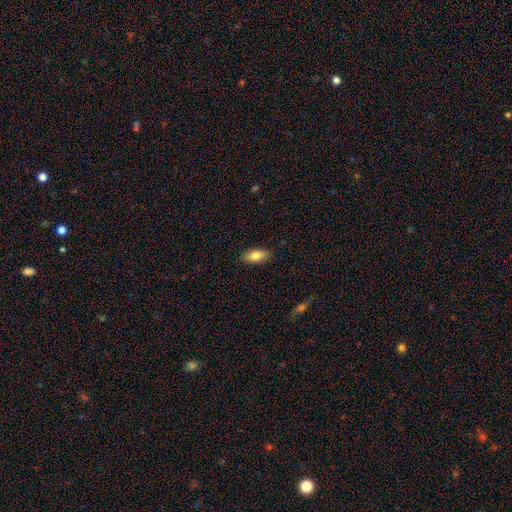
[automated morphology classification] Q: Smooth or featured?
A: smooth (83%); runner-up: featured or disk (10%)
Q: How rounded?
A: in between (90%); runner-up: cigar-shaped (7%)
Q: Merging?
A: none (88%); runner-up: minor disturbance (9%)